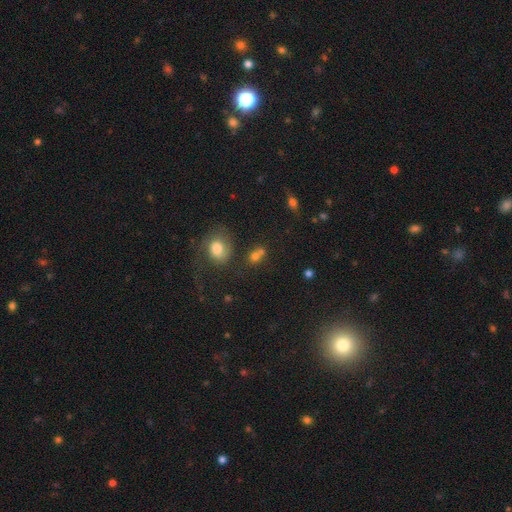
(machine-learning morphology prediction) This is likely a smooth galaxy (70%). How rounded: likely round (62%). Merging: marginally none (44%).